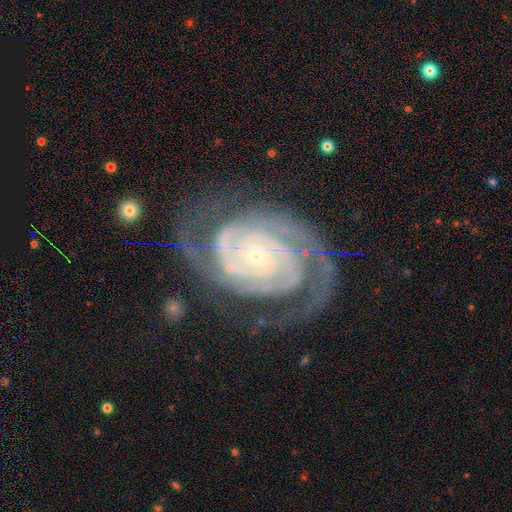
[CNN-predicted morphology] Q: Smooth or featured?
A: featured or disk (93%); runner-up: star or artifact (5%)
Q: Edge-on disk?
A: no (98%); runner-up: yes (2%)
Q: Bar?
A: no (74%); runner-up: weak (17%)
Q: Spiral arms?
A: yes (99%); runner-up: no (1%)
Q: Spiral winding?
A: tight (80%); runner-up: medium (18%)
Q: Spiral arm count?
A: 2 (70%); runner-up: 3 (12%)
Q: Bulge size?
A: small (83%); runner-up: moderate (13%)
Q: Merging?
A: none (74%); runner-up: minor disturbance (17%)